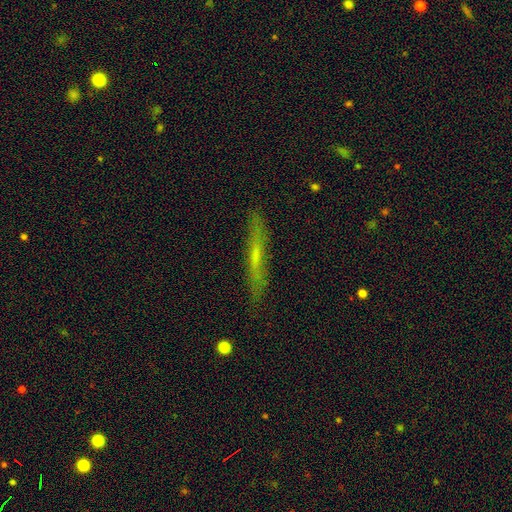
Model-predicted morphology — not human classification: type=featured or disk (47%); merging=none (83%).